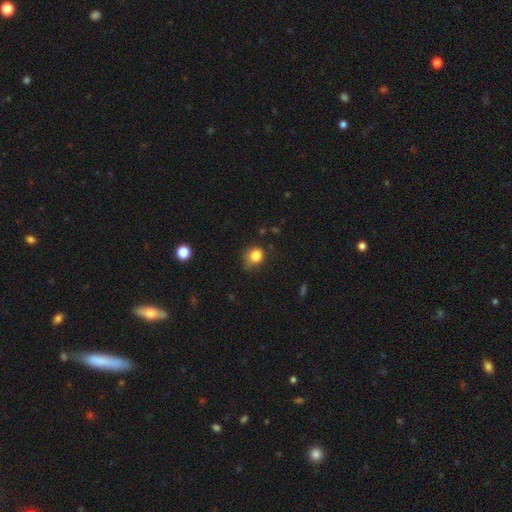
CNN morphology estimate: smooth 83%, star or artifact 11%, featured or disk 6%. Down the decision tree: how rounded — round (78%); merging — none (58%).